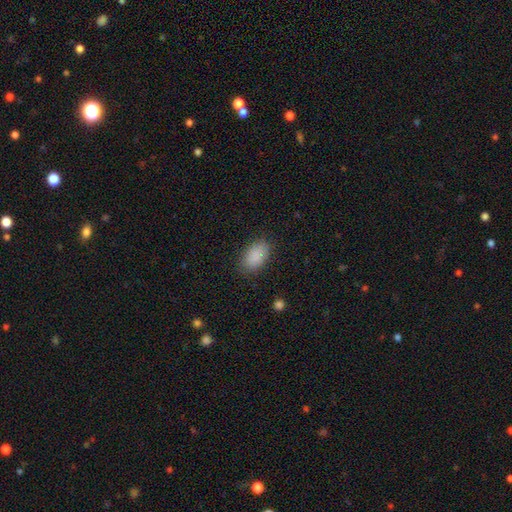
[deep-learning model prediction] This appears to be a smooth galaxy with no disk features (88%) that is in between round and cigar-shaped (92%). Merging: none (83%).